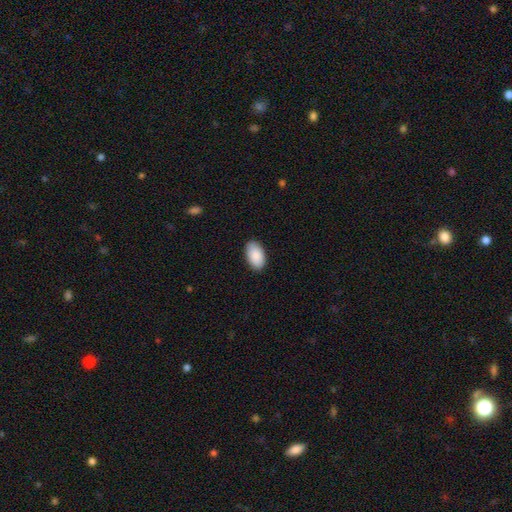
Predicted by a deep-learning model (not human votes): smooth-or-featured: smooth: 90% | star or artifact: 6% | featured or disk: 4%
  how-rounded: in between: 95% | round: 4% | cigar-shaped: 1%
  merging: none: 89% | minor disturbance: 9% | major disturbance: 2% | merger: 1%